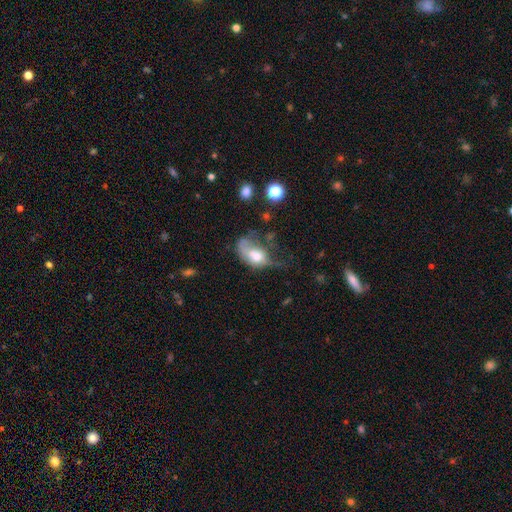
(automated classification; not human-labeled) smooth_or_featured: smooth (p=0.57) [alt: featured or disk p=0.33]
how_rounded: in between (p=0.80) [alt: round p=0.18]
merging: major disturbance (p=0.48) [alt: minor disturbance p=0.22]